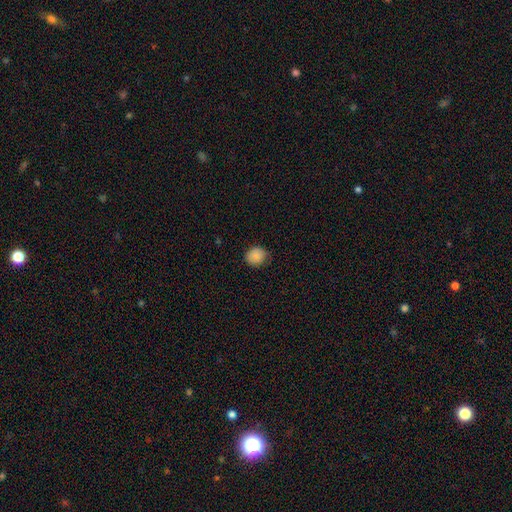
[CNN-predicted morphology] type=smooth (86%); roundness=round (74%); merging=none (77%).